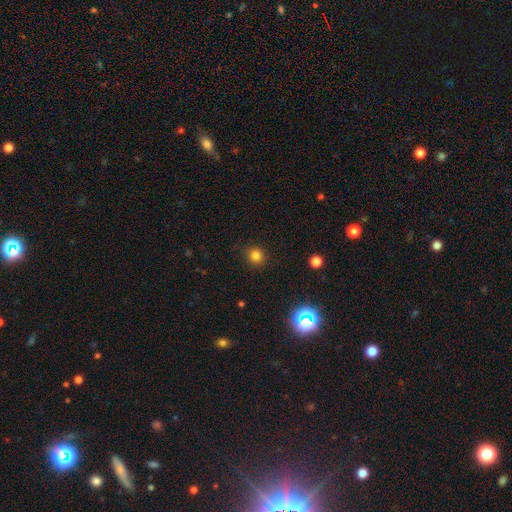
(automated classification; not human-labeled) A smooth galaxy with no disk features (81%) that is round (90%).

Vote fractions:
- Smooth or featured? smooth: 81% / star or artifact: 15% / featured or disk: 4%
- How rounded? round: 90% / in between: 9% / cigar-shaped: 1%
- Merging? none: 90% / minor disturbance: 7% / major disturbance: 2% / merger: 1%